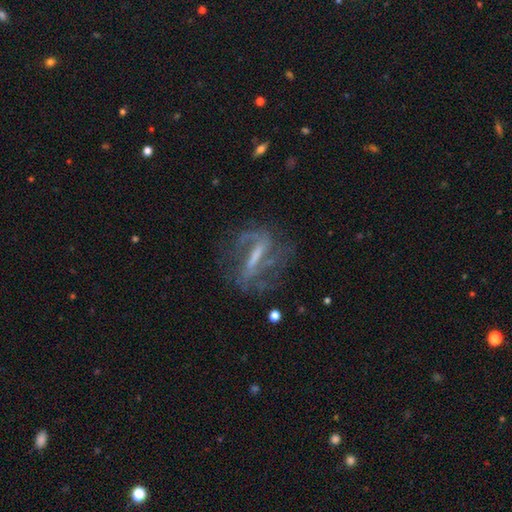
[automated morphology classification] Overall: featured or disk (78%). Edge-on disk: no (82%). Bar: strong (68%). Spiral arms: yes (82%). Spiral arm count: 2 (64%). Spiral winding: medium (43%; loose 32%). Bulge size: none (38%; small 30%). Merging: none (62%).